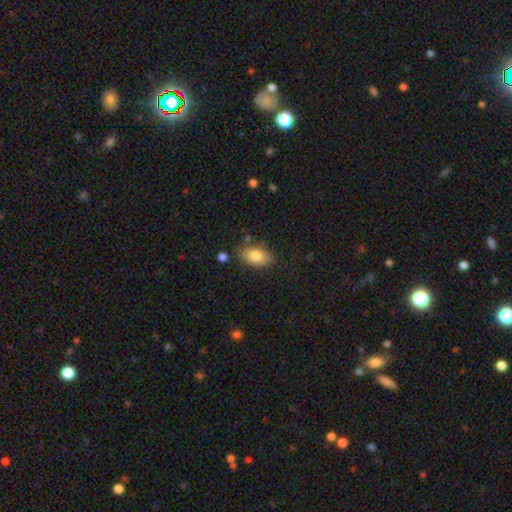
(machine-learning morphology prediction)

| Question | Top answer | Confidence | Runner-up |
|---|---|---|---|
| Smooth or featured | smooth | 81% | featured or disk (11%) |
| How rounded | in between | 89% | round (9%) |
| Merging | none | 77% | minor disturbance (16%) |